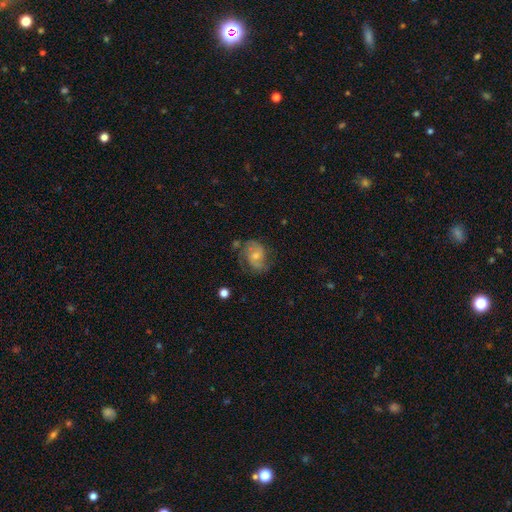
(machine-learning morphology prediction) Q: Smooth or featured?
A: featured or disk (65%); runner-up: smooth (27%)
Q: Edge-on disk?
A: no (97%); runner-up: yes (3%)
Q: Bar?
A: no (59%); runner-up: weak (36%)
Q: Spiral arms?
A: yes (87%); runner-up: no (13%)
Q: Spiral winding?
A: medium (49%); runner-up: loose (26%)
Q: Spiral arm count?
A: 2 (71%); runner-up: can't tell (14%)
Q: Bulge size?
A: moderate (43%); tied with: small (43%)
Q: Merging?
A: none (57%); runner-up: minor disturbance (24%)